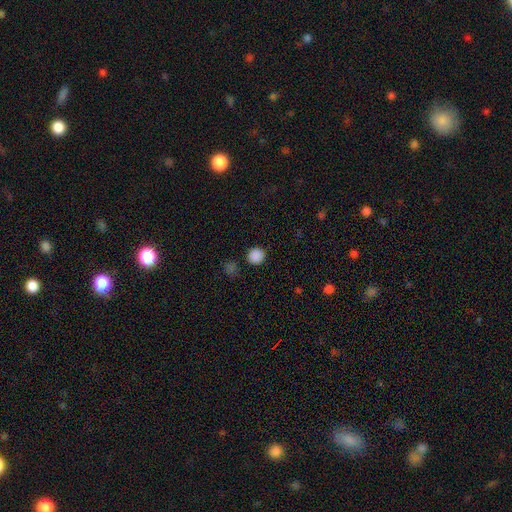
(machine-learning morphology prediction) This appears to be a smooth galaxy with no disk features (86%) that is round (91%). Merging: none (88%).